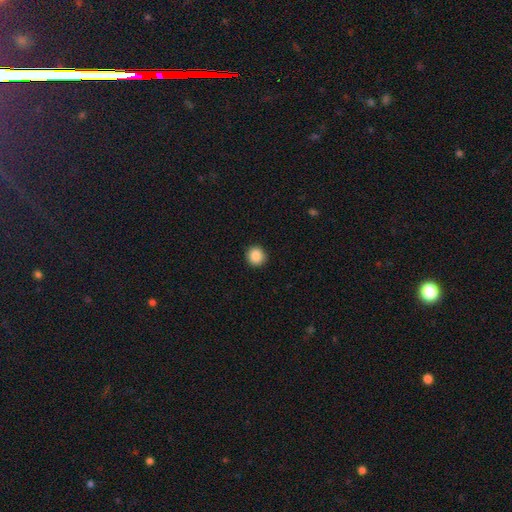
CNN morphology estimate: smooth-or-featured: smooth: 88% | star or artifact: 9% | featured or disk: 3%
  how-rounded: round: 94% | in between: 5% | cigar-shaped: 1%
  merging: none: 92% | minor disturbance: 6% | major disturbance: 2% | merger: 1%